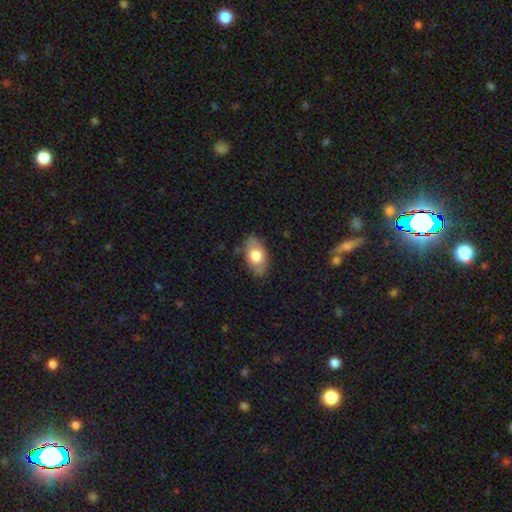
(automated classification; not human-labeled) smooth-or-featured: smooth: 68% | featured or disk: 25% | star or artifact: 6%
  how-rounded: in between: 91% | round: 7% | cigar-shaped: 2%
  merging: none: 81% | minor disturbance: 15% | major disturbance: 3% | merger: 1%